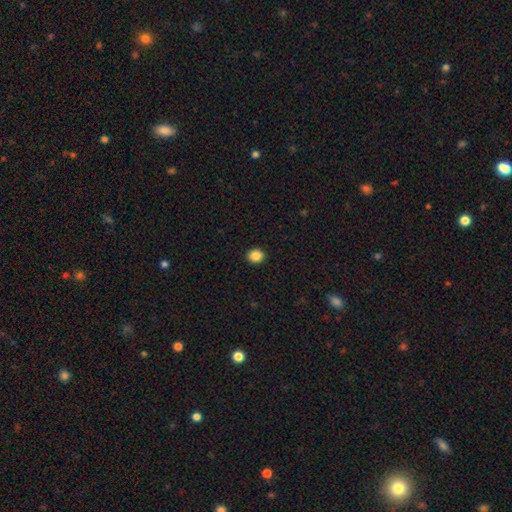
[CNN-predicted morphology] type=smooth (87%); roundness=round (75%); merging=none (93%).